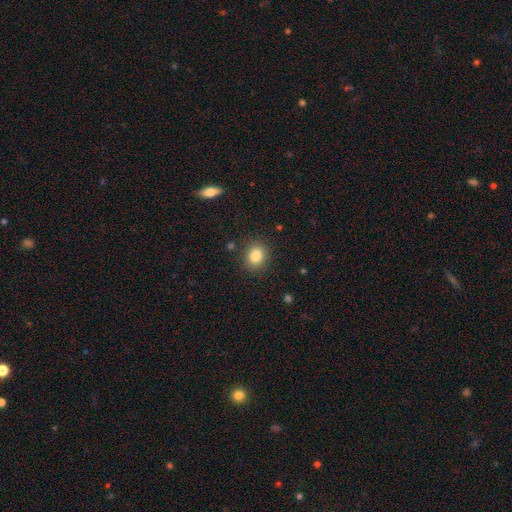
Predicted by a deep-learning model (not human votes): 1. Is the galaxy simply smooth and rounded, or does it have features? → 83% smooth, 11% star or artifact, 7% featured or disk.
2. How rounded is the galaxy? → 67% round, 32% in between, 1% cigar-shaped.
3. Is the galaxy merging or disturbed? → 87% none, 8% minor disturbance, 3% major disturbance, 2% merger.